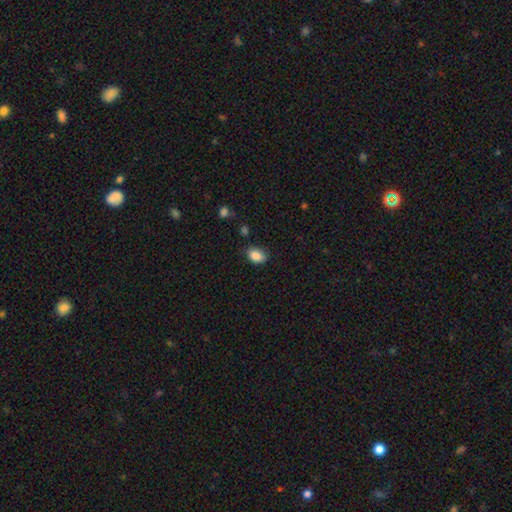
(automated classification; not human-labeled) smooth_or_featured: smooth (p=0.87) [alt: star or artifact p=0.08]
how_rounded: in between (p=0.80) [alt: round p=0.18]
merging: none (p=0.74) [alt: minor disturbance p=0.20]